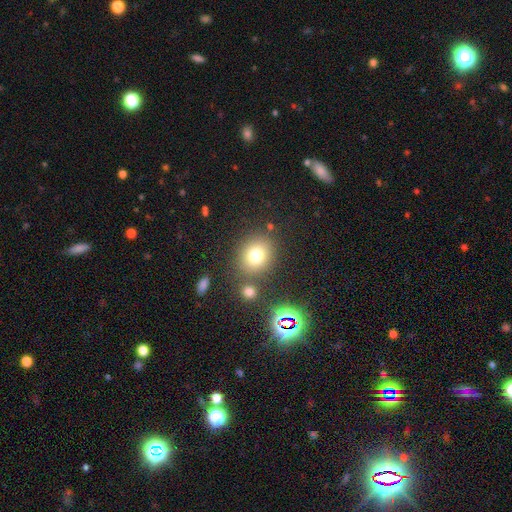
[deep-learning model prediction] Smooth or featured? Predicted: smooth (p=0.74). How rounded? Predicted: round (p=0.69). Merging? Predicted: none (p=0.78).